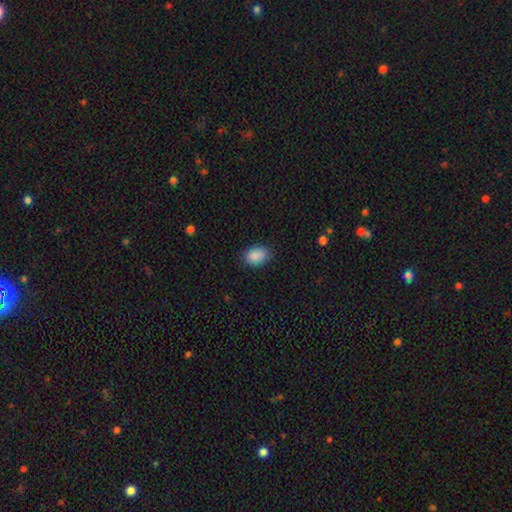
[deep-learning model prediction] A smooth galaxy with no disk features (89%) that is in between round and cigar-shaped (83%). Merging: none (85%).